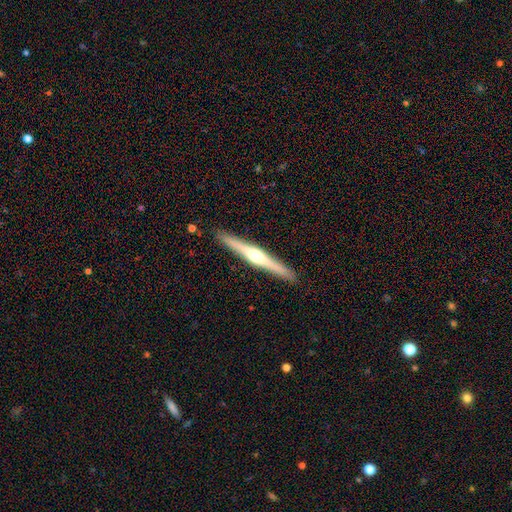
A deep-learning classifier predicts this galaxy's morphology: A featured or disk galaxy (75%) viewed edge-on (98%) with a rounded central bulge (91%). Merging: none (92%).